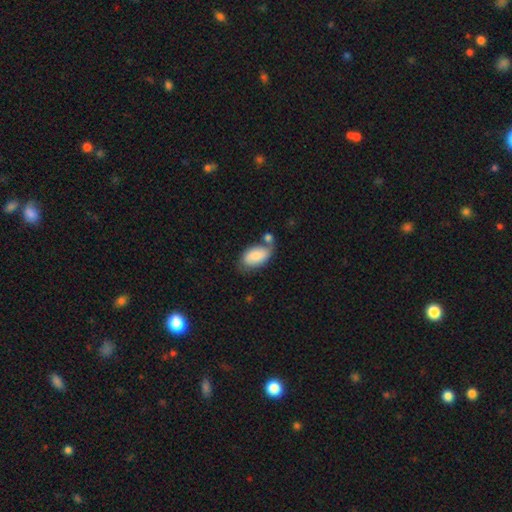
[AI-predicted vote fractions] Smooth or featured: smooth — 78% (featured or disk — 16%)
How rounded: in between — 94% (round — 4%)
Merging: none — 45% (merger — 24%)